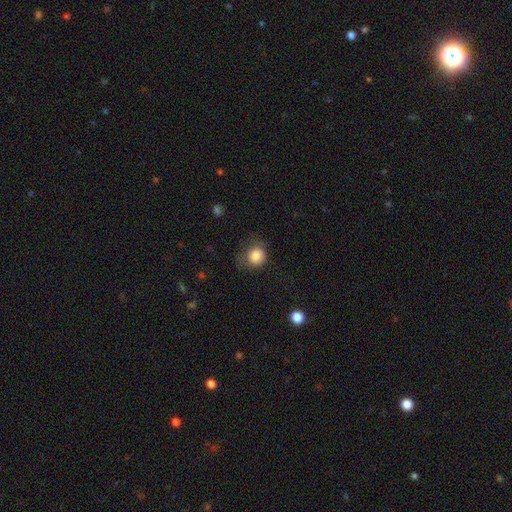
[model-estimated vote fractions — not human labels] Overall: smooth (84%). How rounded: round (81%). Merging: none (58%; minor disturbance 27%).